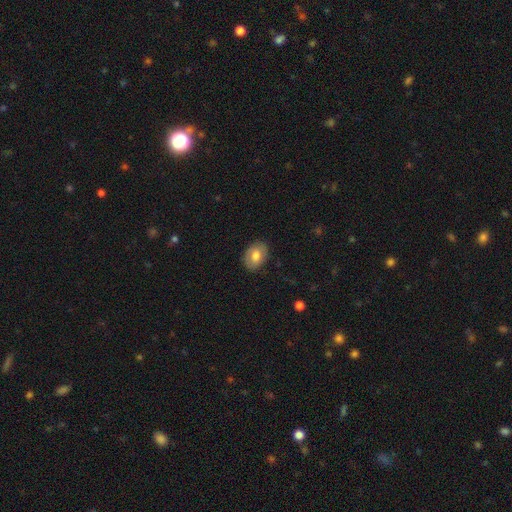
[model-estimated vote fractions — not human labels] A smooth galaxy with no disk features (73%) that is in between round and cigar-shaped (79%). Merging: none (86%).